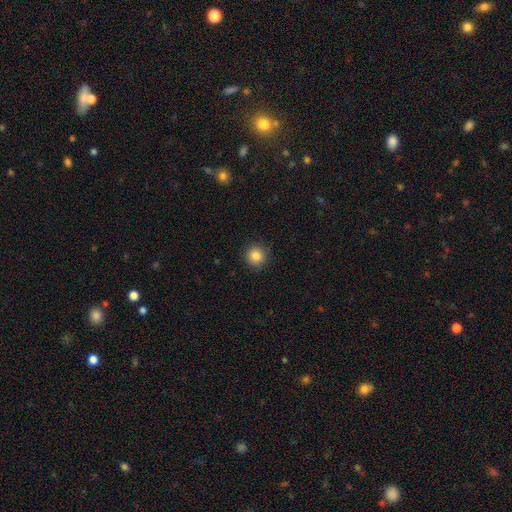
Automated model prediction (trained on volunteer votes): smooth 85%, star or artifact 10%, featured or disk 5%. Down the decision tree: how rounded — round (94%); merging — none (91%).